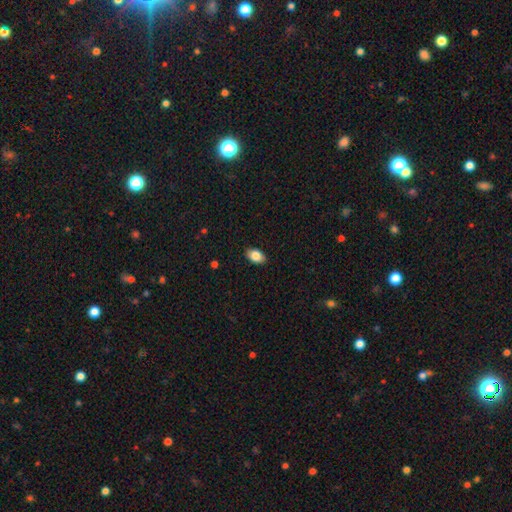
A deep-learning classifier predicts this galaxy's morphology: Smooth or featured: smooth — 85% (star or artifact — 8%)
How rounded: in between — 89% (round — 10%)
Merging: none — 88% (minor disturbance — 9%)